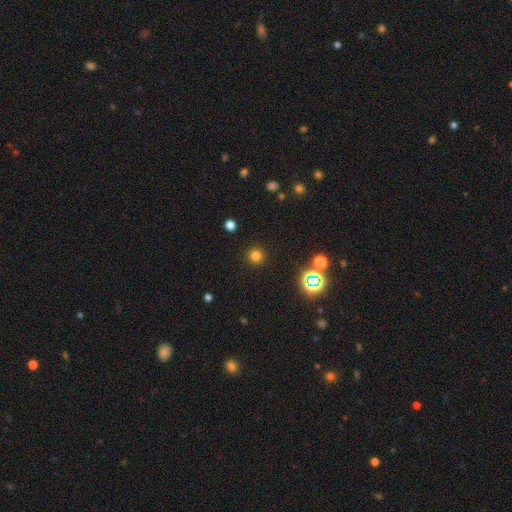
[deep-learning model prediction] Smooth or featured? Predicted: smooth (p=0.75). How rounded? Predicted: round (p=0.95). Merging? Predicted: none (p=0.91).